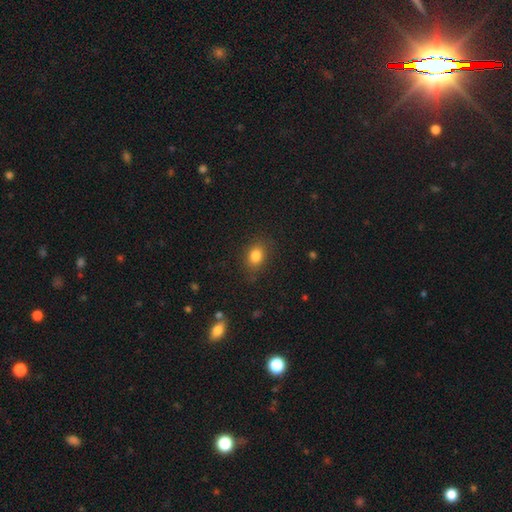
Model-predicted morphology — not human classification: Smooth or featured?
  - smooth: 83% *
  - star or artifact: 11%
  - featured or disk: 7%
How rounded?
  - in between: 63% *
  - round: 35%
  - cigar-shaped: 1%
Merging?
  - none: 83% *
  - minor disturbance: 12%
  - major disturbance: 4%
  - merger: 1%